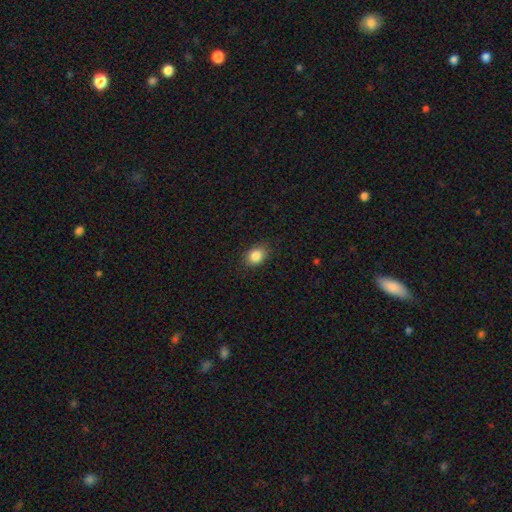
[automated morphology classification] type=smooth (86%); roundness=in between (62%); merging=none (83%).